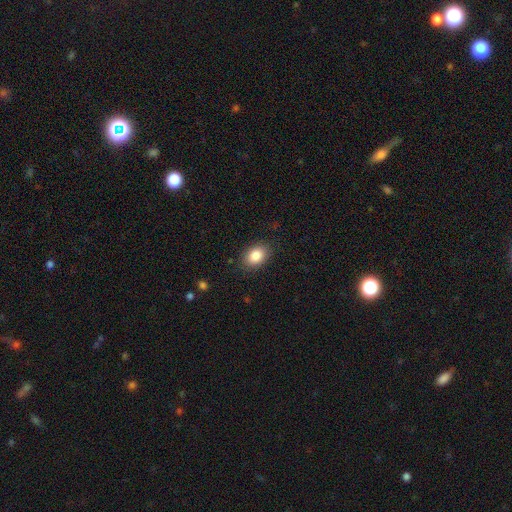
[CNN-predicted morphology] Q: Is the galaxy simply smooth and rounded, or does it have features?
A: smooth — 86%.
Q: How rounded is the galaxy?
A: in between — 79%.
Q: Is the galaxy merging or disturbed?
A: none — 86%.